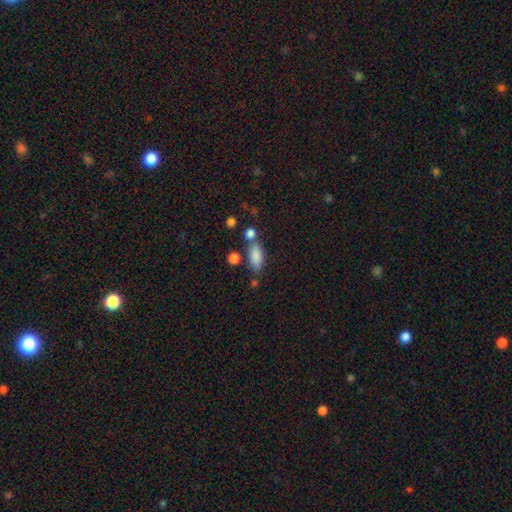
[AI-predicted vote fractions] Smooth or featured? smooth (84%)
How rounded? in between (83%)
Merging? none (62%)